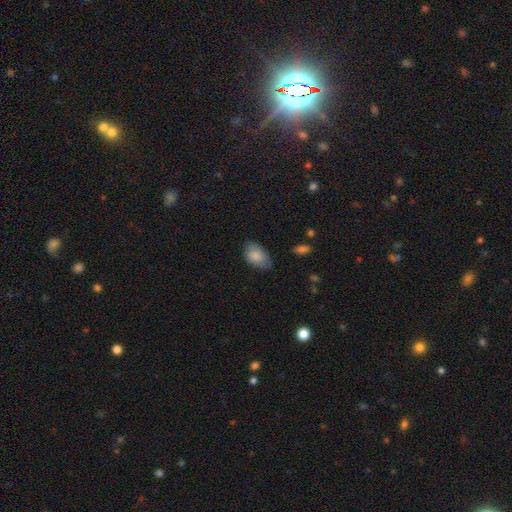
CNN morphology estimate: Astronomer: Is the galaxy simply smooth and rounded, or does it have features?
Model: smooth — 85%.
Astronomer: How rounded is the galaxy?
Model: in between — 89%.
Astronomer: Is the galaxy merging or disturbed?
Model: none — 61%.